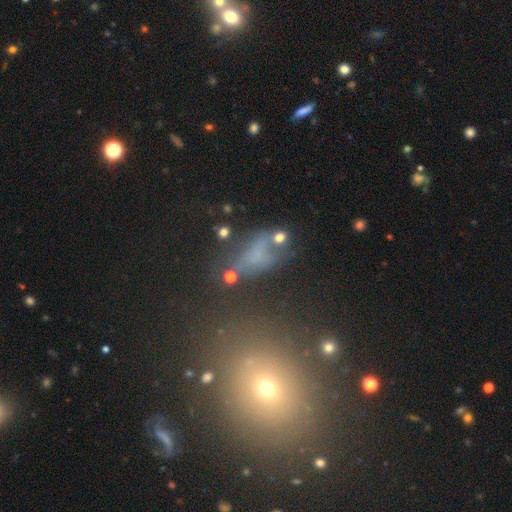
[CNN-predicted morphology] smooth_or_featured: smooth (p=0.48) [alt: featured or disk p=0.26]
merging: none (p=0.39) [alt: major disturbance p=0.24]